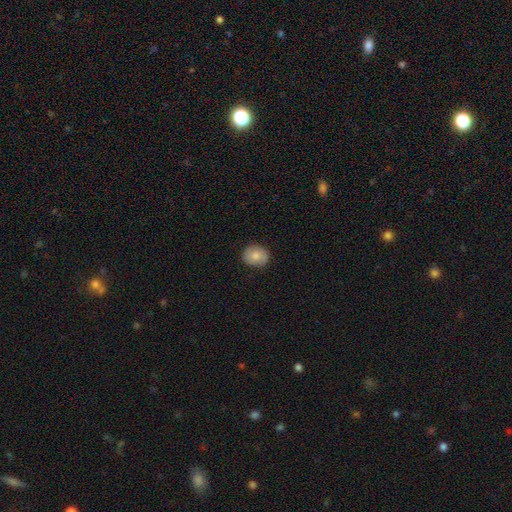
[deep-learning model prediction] Smooth or featured? smooth (74%)
How rounded? round (68%)
Merging? none (86%)